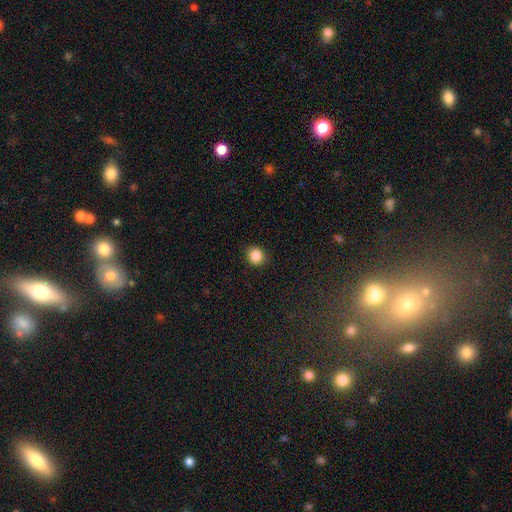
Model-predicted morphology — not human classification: This is clearly a smooth galaxy (87%). How rounded: clearly round (84%). Merging: clearly none (91%).